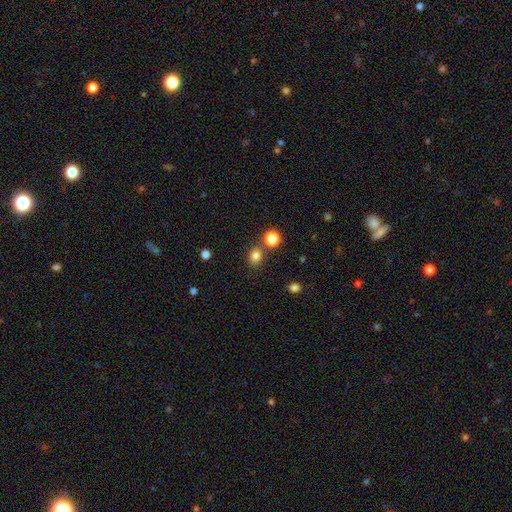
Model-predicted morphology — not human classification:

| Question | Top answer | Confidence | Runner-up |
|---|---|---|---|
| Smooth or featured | smooth | 80% | star or artifact (15%) |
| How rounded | round | 68% | in between (31%) |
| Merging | none | 74% | merger (13%) |